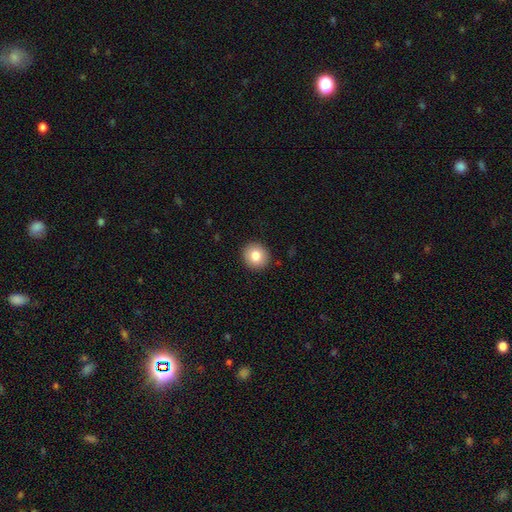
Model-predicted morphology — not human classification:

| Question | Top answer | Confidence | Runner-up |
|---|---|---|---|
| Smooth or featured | smooth | 82% | star or artifact (9%) |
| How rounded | round | 91% | in between (8%) |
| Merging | none | 92% | minor disturbance (5%) |